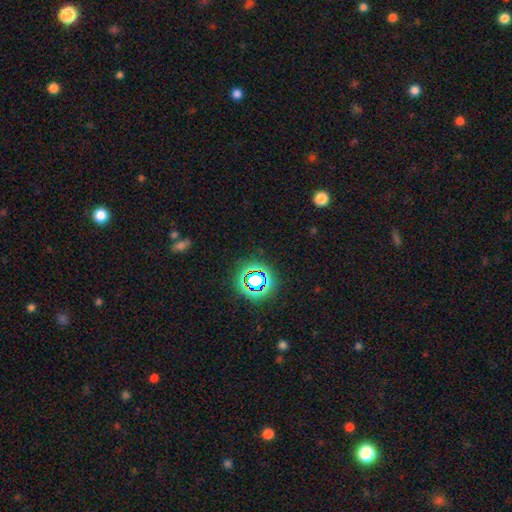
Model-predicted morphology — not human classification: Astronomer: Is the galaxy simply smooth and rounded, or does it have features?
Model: star or artifact — 73%.